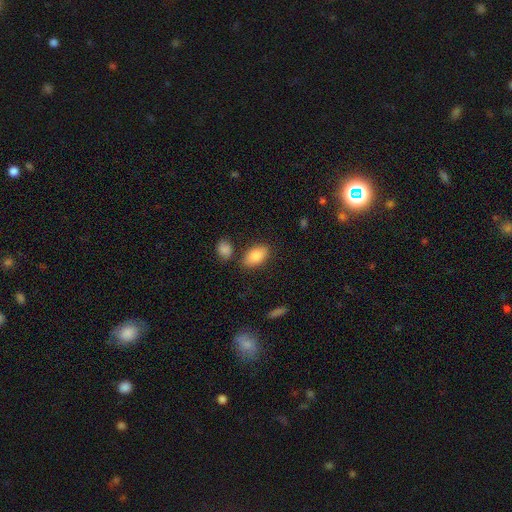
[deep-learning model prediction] smooth_or_featured: smooth (p=0.84) [alt: featured or disk p=0.09]
how_rounded: in between (p=0.92) [alt: round p=0.06]
merging: none (p=0.78) [alt: minor disturbance p=0.13]